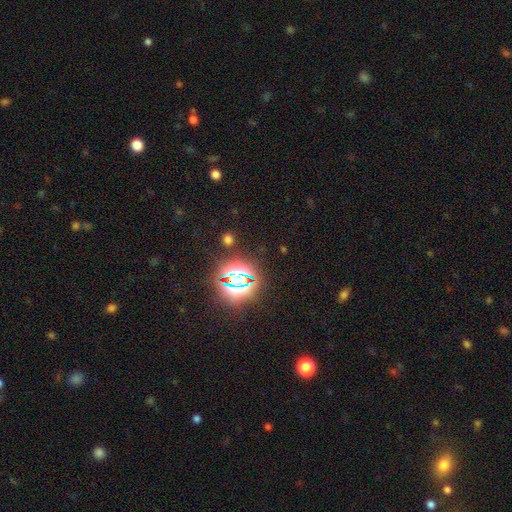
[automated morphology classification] smooth-or-featured: star or artifact: 81% | smooth: 13% | featured or disk: 6%